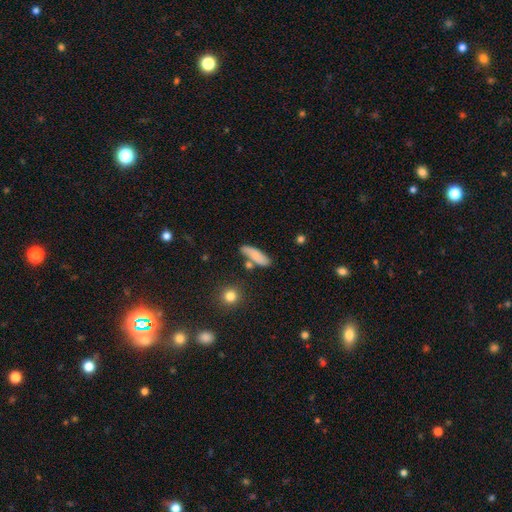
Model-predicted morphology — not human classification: type=smooth (74%); roundness=in between (52%); merging=none (65%).